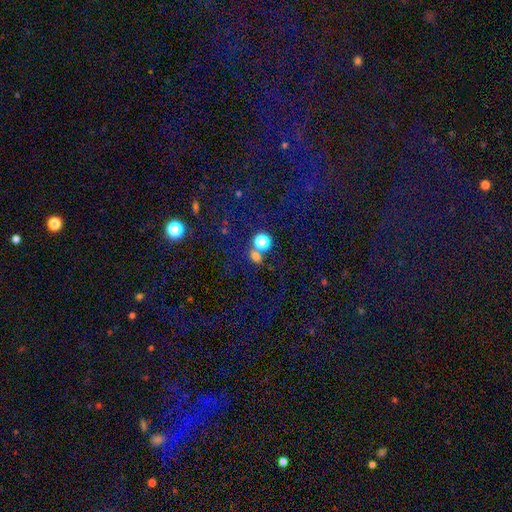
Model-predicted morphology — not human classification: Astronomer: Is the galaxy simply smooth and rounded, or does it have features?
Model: smooth — 69%.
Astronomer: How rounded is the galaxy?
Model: round — 66%.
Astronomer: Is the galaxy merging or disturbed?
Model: none — 58%.